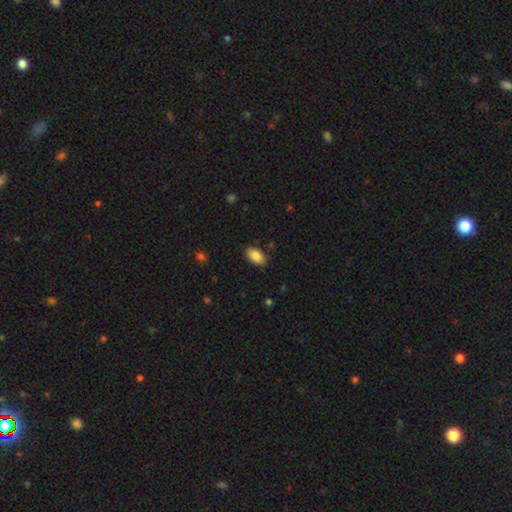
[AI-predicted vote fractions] Smooth or featured?
  - smooth: 87% *
  - star or artifact: 7%
  - featured or disk: 5%
How rounded?
  - in between: 93% *
  - round: 5%
  - cigar-shaped: 2%
Merging?
  - none: 86% *
  - minor disturbance: 10%
  - major disturbance: 2%
  - merger: 1%